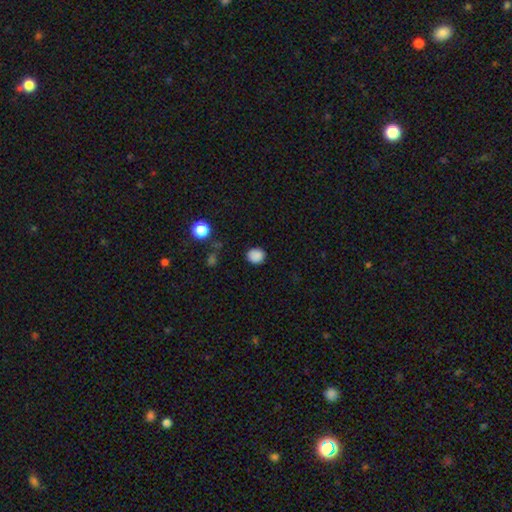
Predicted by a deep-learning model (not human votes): Q: Smooth or featured?
A: smooth (85%); runner-up: star or artifact (12%)
Q: How rounded?
A: round (78%); runner-up: in between (21%)
Q: Merging?
A: none (84%); runner-up: minor disturbance (12%)